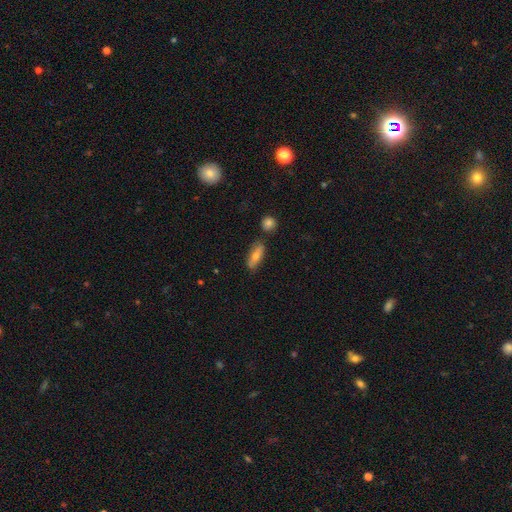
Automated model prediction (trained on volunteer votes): smooth-or-featured: smooth: 63% | featured or disk: 29% | star or artifact: 8%
  how-rounded: in between: 51% | cigar-shaped: 45% | round: 4%
  merging: none: 79% | minor disturbance: 13% | merger: 5% | major disturbance: 3%